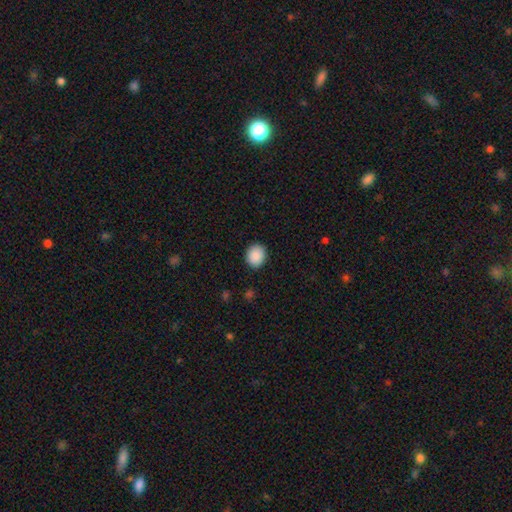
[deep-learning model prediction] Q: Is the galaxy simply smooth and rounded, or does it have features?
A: smooth — 90%.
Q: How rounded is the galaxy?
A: round — 66%.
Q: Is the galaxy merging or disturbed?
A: none — 89%.